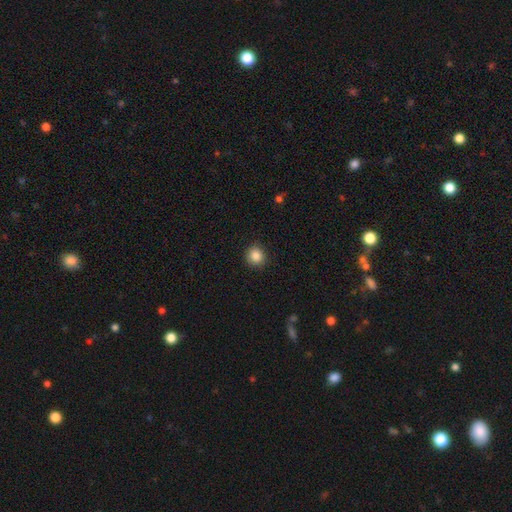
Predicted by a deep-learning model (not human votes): A smooth galaxy with no disk features (87%) that is round (87%). Merging: none (89%).